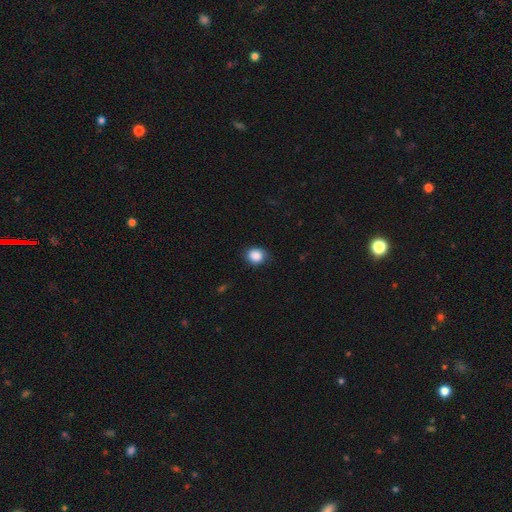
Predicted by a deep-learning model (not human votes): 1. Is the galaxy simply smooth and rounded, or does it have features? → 88% smooth, 9% star or artifact, 4% featured or disk.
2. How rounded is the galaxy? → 71% round, 28% in between, 1% cigar-shaped.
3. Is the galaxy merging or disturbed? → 81% none, 15% minor disturbance, 3% major disturbance, 1% merger.